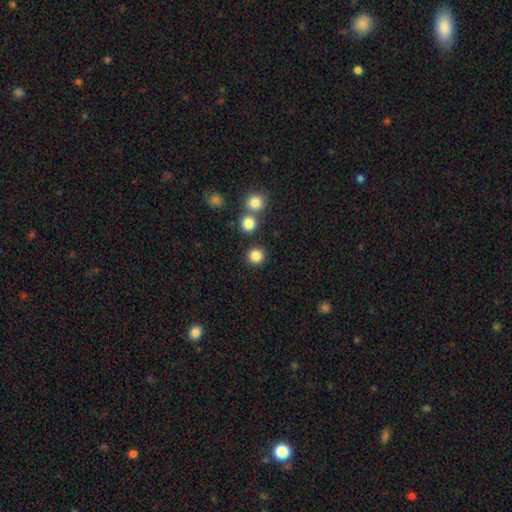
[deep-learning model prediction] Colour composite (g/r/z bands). It shows a smooth galaxy with no disk features (85%) that is round (94%). Merging: none (87%).